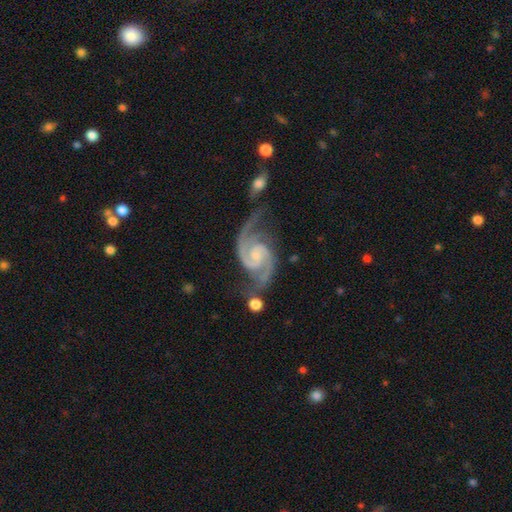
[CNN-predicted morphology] type=featured or disk (94%); edge-on=no (98%); bar=no (51%); spiral arms=yes (99%); winding=medium (58%); arm count=2 (93%); bulge=small (64%); merging=none (51%).